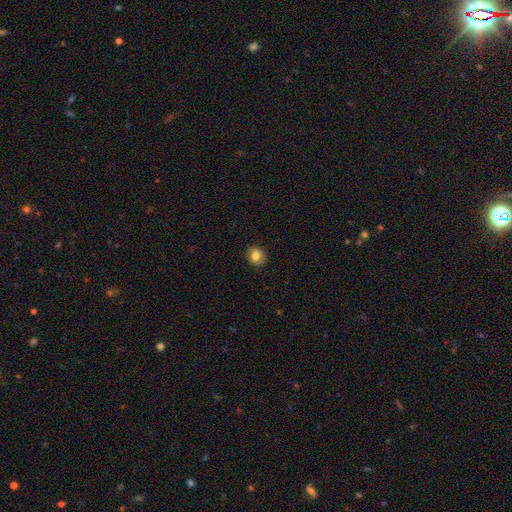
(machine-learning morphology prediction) Q: Smooth or featured?
A: smooth (80%); runner-up: featured or disk (11%)
Q: How rounded?
A: round (74%); runner-up: in between (25%)
Q: Merging?
A: none (86%); runner-up: minor disturbance (11%)